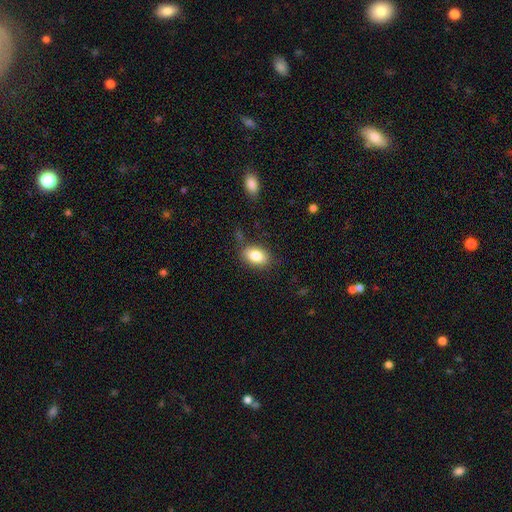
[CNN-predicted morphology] This appears to be a smooth galaxy with no disk features (84%) that is in between round and cigar-shaped (86%). Merging: none (79%).